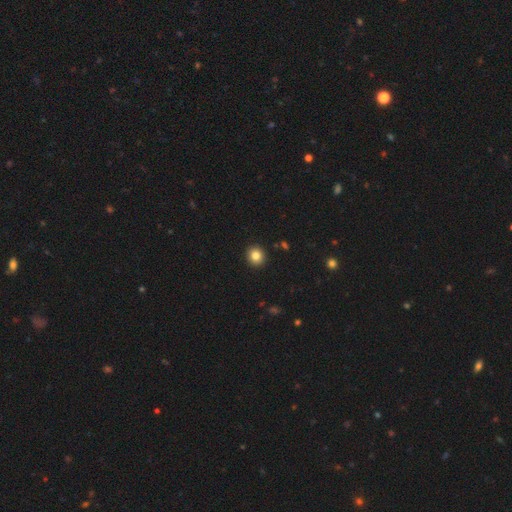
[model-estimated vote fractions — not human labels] The model was most divided on "smooth or featured": smooth: 84%, star or artifact: 11%, featured or disk: 6%. More confident: merging — none (93%); how rounded — round (88%).